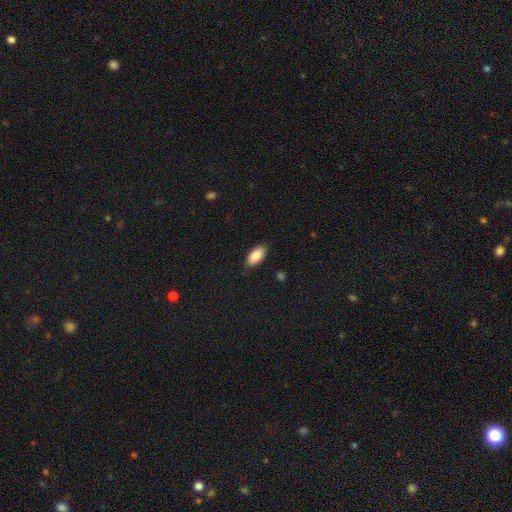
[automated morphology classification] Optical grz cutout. It shows a smooth galaxy with no disk features (87%) that is in between round and cigar-shaped (88%). Merging: none (86%).